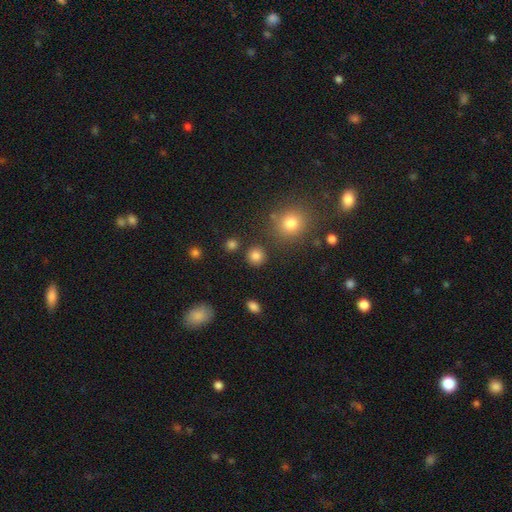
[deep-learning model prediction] This appears to be a smooth galaxy with no disk features (83%) that is round (92%). Merging: none (88%).